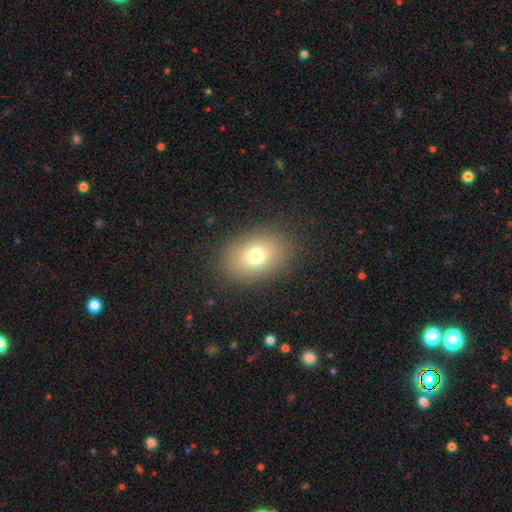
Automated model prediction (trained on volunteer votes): smooth 75%, featured or disk 13%, star or artifact 12%. Down the decision tree: how rounded — in between (70%); merging — none (85%).